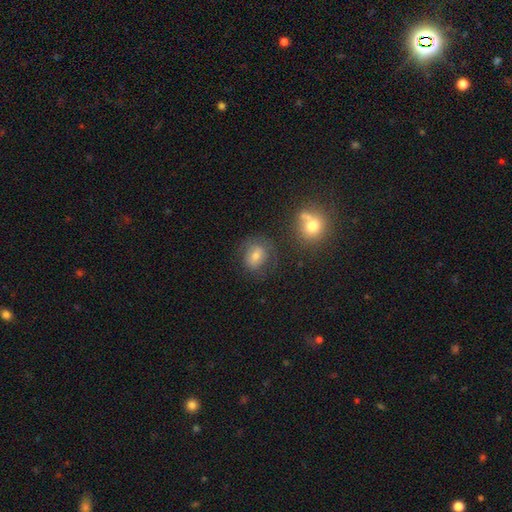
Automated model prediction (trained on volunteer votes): smooth_or_featured: smooth (p=0.60) [alt: featured or disk p=0.23]
how_rounded: round (p=0.58) [alt: in between p=0.41]
merging: none (p=0.71) [alt: minor disturbance p=0.16]